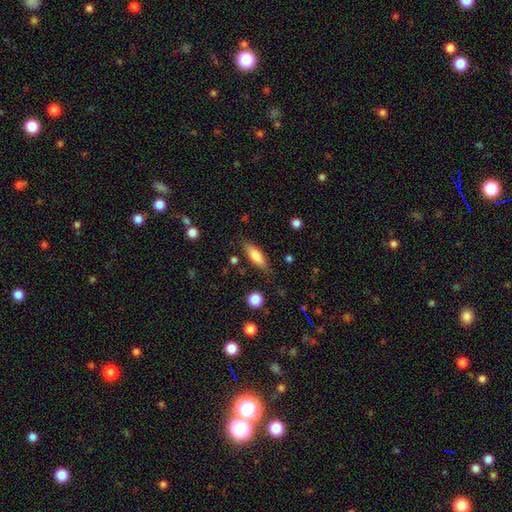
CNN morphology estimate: This appears to be a smooth galaxy with no disk features (73%) that is in between round and cigar-shaped (56%). Merging: none (78%).